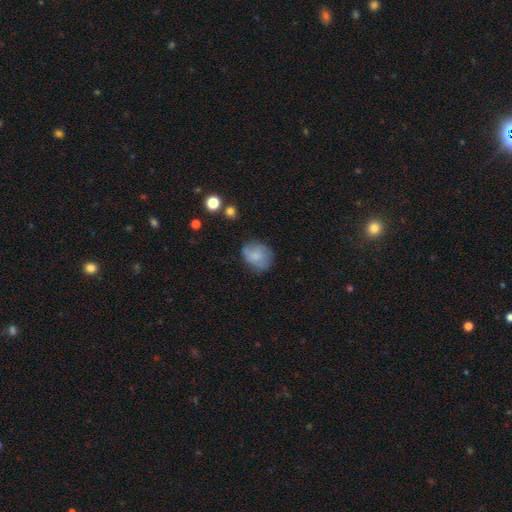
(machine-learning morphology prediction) The model was most divided on "how rounded": round: 58%, in between: 41%, cigar-shaped: 1%. More confident: smooth or featured — smooth (70%); merging — none (64%).